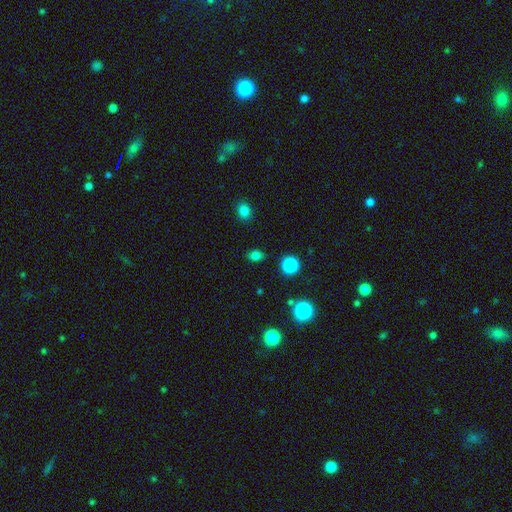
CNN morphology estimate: Smooth or featured?
  - smooth: 78% *
  - star or artifact: 17%
  - featured or disk: 5%
How rounded?
  - in between: 60% *
  - round: 38%
  - cigar-shaped: 2%
Merging?
  - none: 84% *
  - minor disturbance: 10%
  - major disturbance: 3%
  - merger: 3%